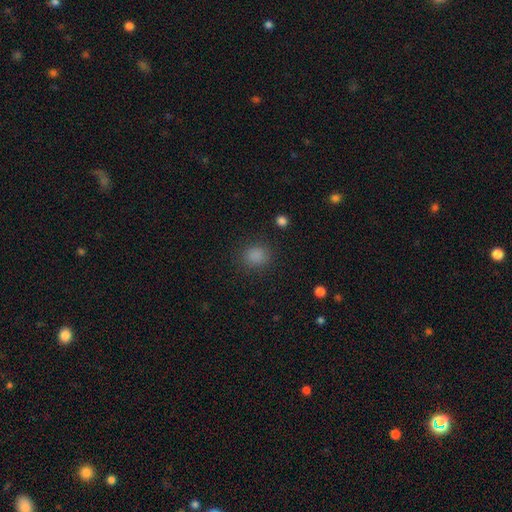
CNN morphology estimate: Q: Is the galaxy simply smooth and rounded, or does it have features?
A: smooth — 84%.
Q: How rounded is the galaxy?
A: round — 74%.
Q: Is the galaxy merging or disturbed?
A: none — 85%.